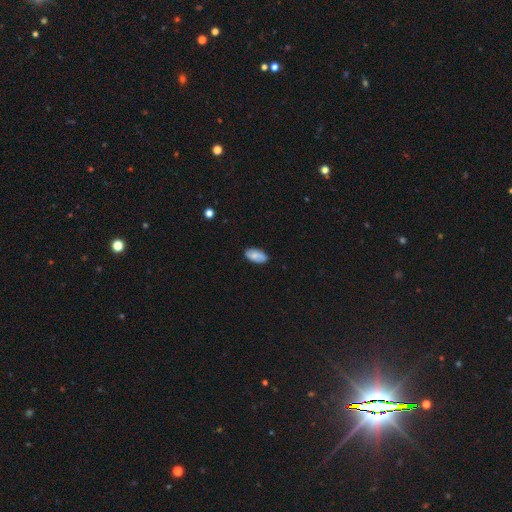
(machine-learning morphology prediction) smooth-or-featured: smooth: 72% | featured or disk: 21% | star or artifact: 7%
  how-rounded: in between: 93% | cigar-shaped: 3% | round: 3%
  merging: none: 84% | minor disturbance: 13% | major disturbance: 2% | merger: 1%